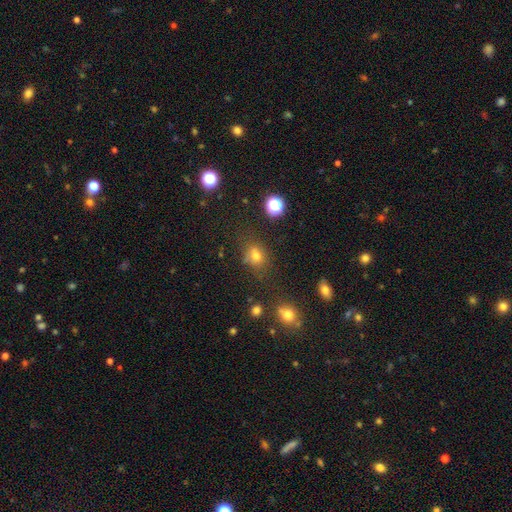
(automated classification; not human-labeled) Smooth or featured?
  - smooth: 69% *
  - star or artifact: 22%
  - featured or disk: 10%
How rounded?
  - round: 64% *
  - in between: 35%
  - cigar-shaped: 1%
Merging?
  - none: 64% *
  - minor disturbance: 17%
  - merger: 11%
  - major disturbance: 7%